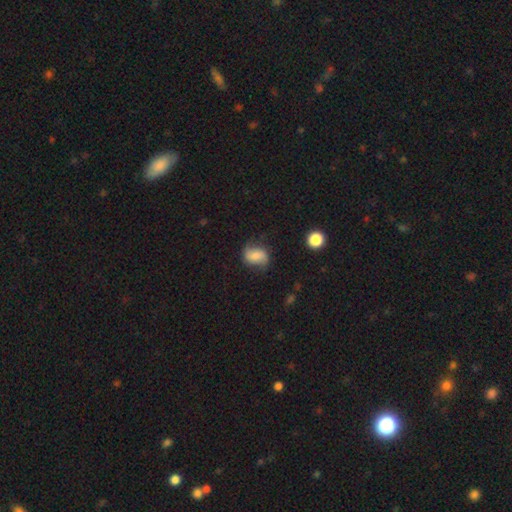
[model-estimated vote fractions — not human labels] smooth 54%, featured or disk 36%, star or artifact 10%. Down the decision tree: how rounded — in between (66%); merging — none (62%).